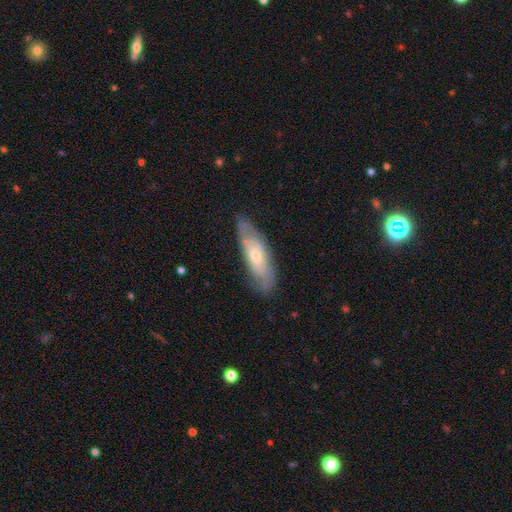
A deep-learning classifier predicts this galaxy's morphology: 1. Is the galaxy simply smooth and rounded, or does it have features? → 54% featured or disk, 40% smooth, 6% star or artifact.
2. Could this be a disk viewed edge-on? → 71% no, 29% yes.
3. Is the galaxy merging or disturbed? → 75% none, 19% minor disturbance, 5% major disturbance, 1% merger.